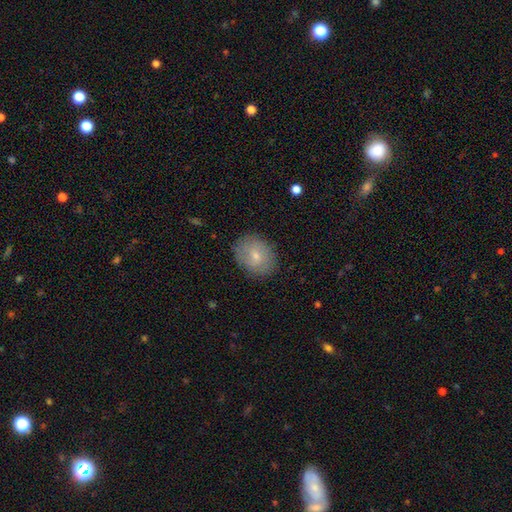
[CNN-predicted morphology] A smooth galaxy with no disk features (64%) that is in between round and cigar-shaped (53%).

Vote fractions:
- Smooth or featured? smooth: 64% / featured or disk: 28% / star or artifact: 8%
- How rounded? in between: 53% / round: 46% / cigar-shaped: 1%
- Merging? none: 83% / minor disturbance: 12% / major disturbance: 3% / merger: 1%